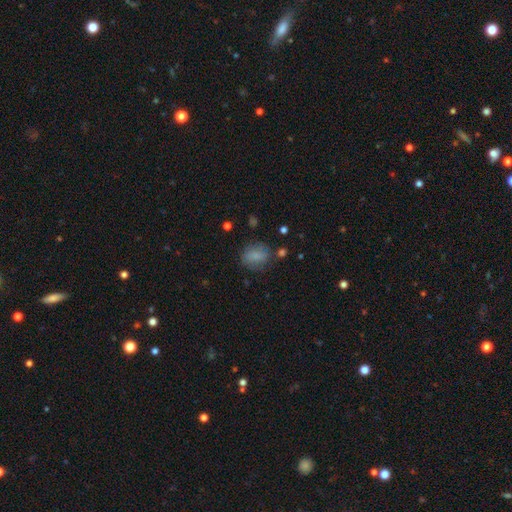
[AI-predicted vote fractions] The model was most divided on "how rounded": in between: 53%, round: 45%, cigar-shaped: 2%. More confident: smooth or featured — smooth (77%); merging — none (71%).